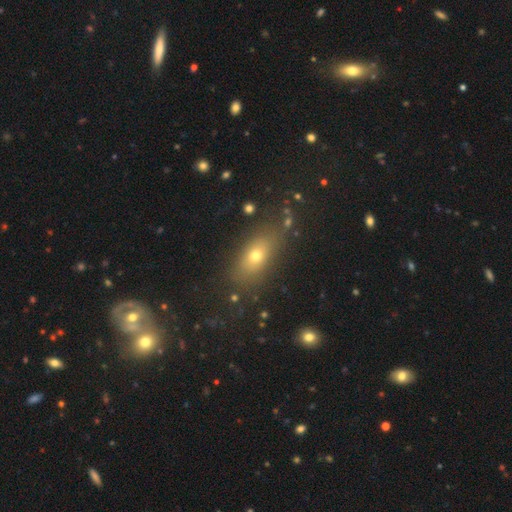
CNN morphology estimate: Smooth or featured: smooth — 58% (star or artifact — 23%)
How rounded: in between — 74% (round — 14%)
Merging: none — 75% (minor disturbance — 13%)